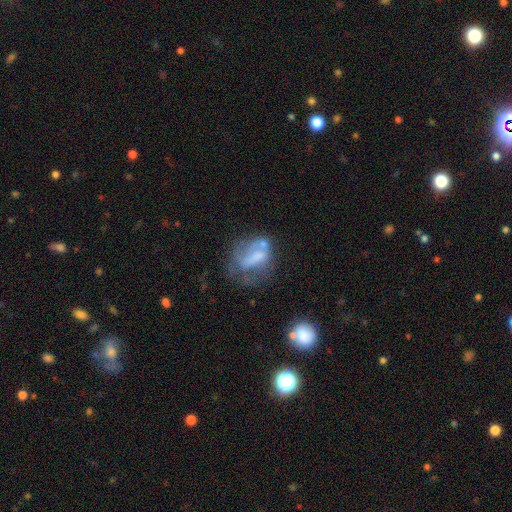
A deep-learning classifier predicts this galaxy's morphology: The model was most divided on "merging": major disturbance: 32%, none: 28%, minor disturbance: 22%, merger: 18%. Remaining: smooth or featured — featured or disk (48%).